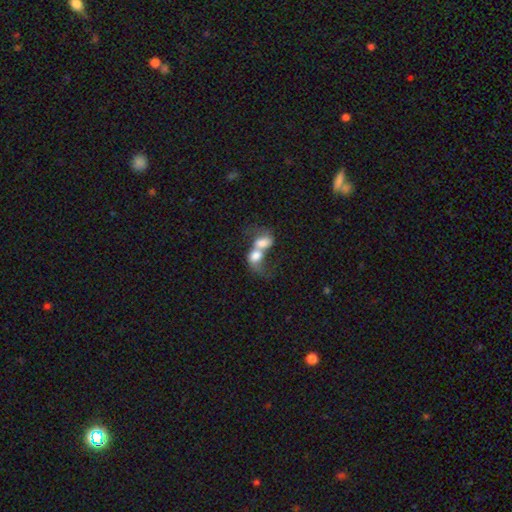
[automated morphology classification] This is possibly a smooth galaxy (60%). How rounded: likely in between (69%). Merging: clearly merger (83%).